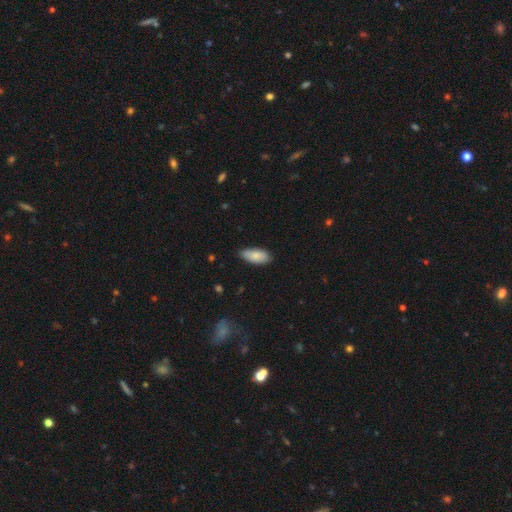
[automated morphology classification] smooth-or-featured: smooth: 83% | featured or disk: 11% | star or artifact: 6%
  how-rounded: in between: 88% | cigar-shaped: 10% | round: 2%
  merging: none: 83% | minor disturbance: 14% | major disturbance: 2% | merger: 1%